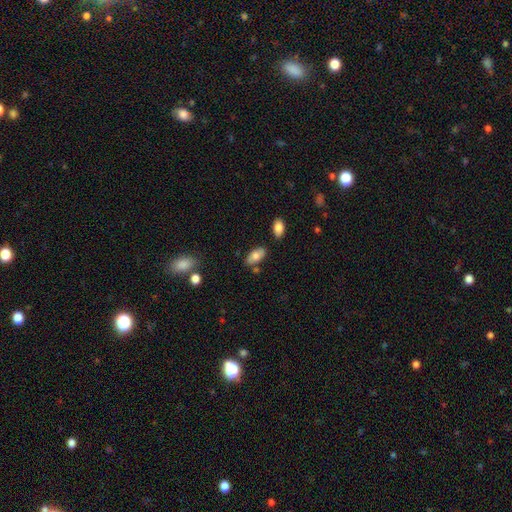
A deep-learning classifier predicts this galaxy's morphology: Smooth or featured? Predicted: smooth (p=0.75). How rounded? Predicted: in between (p=0.92). Merging? Predicted: none (p=0.77).